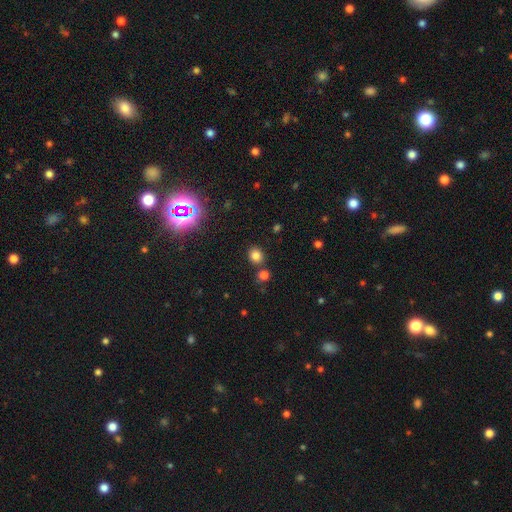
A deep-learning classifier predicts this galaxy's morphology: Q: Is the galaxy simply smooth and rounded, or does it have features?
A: smooth — 79%.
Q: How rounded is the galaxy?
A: round — 69%.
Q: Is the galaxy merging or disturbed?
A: none — 78%.